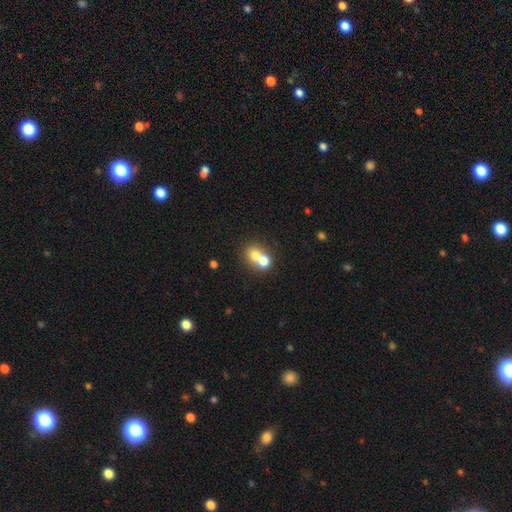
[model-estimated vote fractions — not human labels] Q: Smooth or featured?
A: smooth (70%); runner-up: featured or disk (19%)
Q: How rounded?
A: round (68%); runner-up: in between (31%)
Q: Merging?
A: merger (65%); runner-up: none (28%)